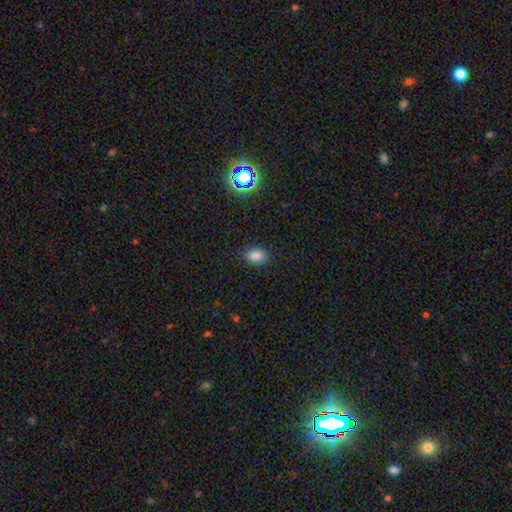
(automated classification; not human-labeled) Smooth or featured? Predicted: smooth (p=0.82). How rounded? Predicted: in between (p=0.75). Merging? Predicted: none (p=0.85).